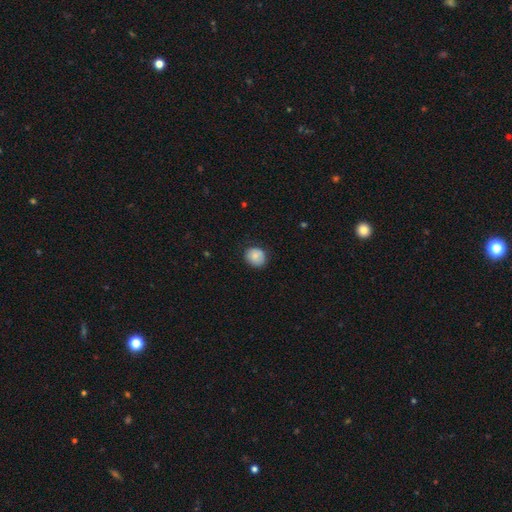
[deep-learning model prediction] smooth_or_featured: smooth (p=0.81) [alt: featured or disk p=0.11]
how_rounded: round (p=0.77) [alt: in between p=0.22]
merging: none (p=0.77) [alt: minor disturbance p=0.18]